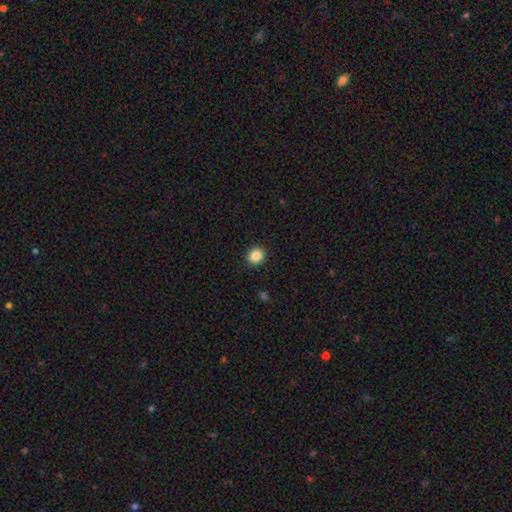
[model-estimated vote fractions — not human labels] Smooth or featured? smooth (88%)
How rounded? round (69%)
Merging? none (92%)